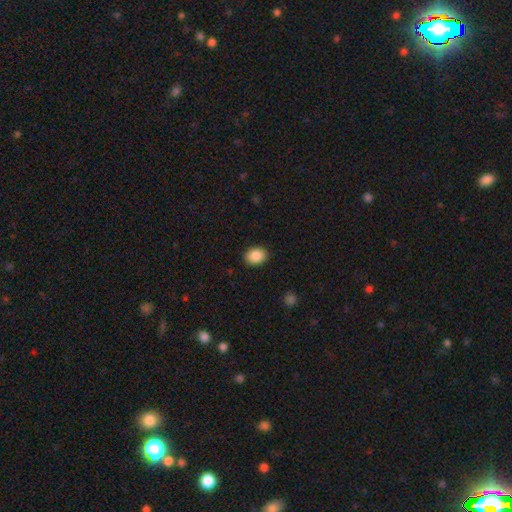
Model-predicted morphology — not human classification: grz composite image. It shows a smooth galaxy with no disk features (88%) that is in between round and cigar-shaped (59%). Merging: none (89%).